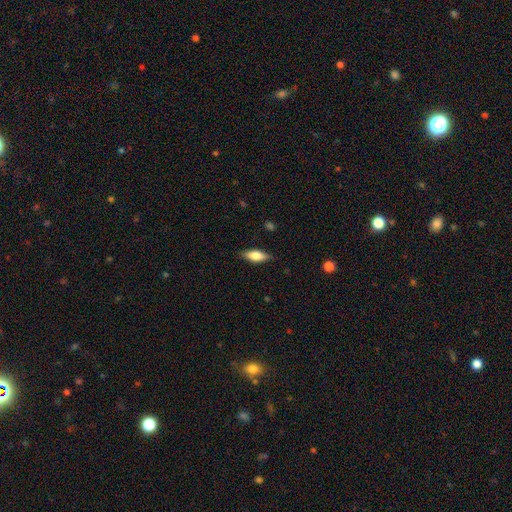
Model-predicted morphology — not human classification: smooth_or_featured: smooth (p=0.72) [alt: featured or disk p=0.21]
how_rounded: in between (p=0.71) [alt: cigar-shaped p=0.26]
merging: none (p=0.84) [alt: minor disturbance p=0.12]